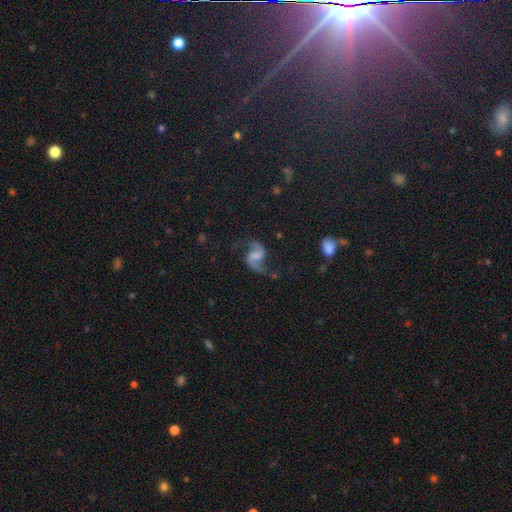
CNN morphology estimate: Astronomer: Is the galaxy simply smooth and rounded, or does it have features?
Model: featured or disk — 85%.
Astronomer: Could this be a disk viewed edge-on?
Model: no — 98%.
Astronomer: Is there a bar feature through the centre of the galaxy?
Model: weak — 48% (runner-up: no, 30%).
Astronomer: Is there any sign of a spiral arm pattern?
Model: yes — 96%.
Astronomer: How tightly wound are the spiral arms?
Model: loose — 70%.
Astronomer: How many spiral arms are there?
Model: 2 — 93%.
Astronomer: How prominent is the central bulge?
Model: none — 46%.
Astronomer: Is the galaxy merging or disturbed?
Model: none — 69%.